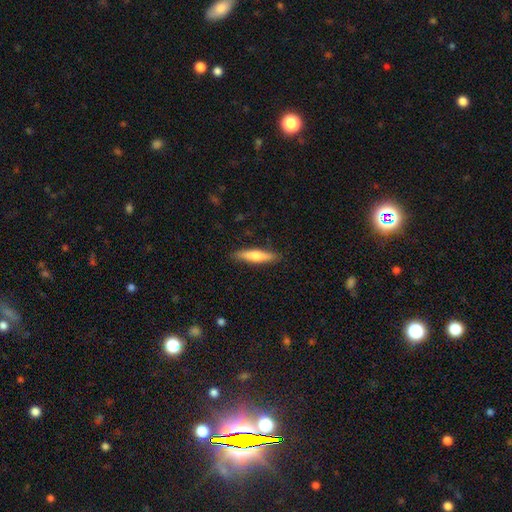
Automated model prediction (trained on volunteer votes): Smooth or featured?
  - smooth: 68% *
  - featured or disk: 27%
  - star or artifact: 6%
How rounded?
  - cigar-shaped: 80% *
  - in between: 18%
  - round: 1%
Merging?
  - none: 88% *
  - minor disturbance: 9%
  - major disturbance: 2%
  - merger: 1%